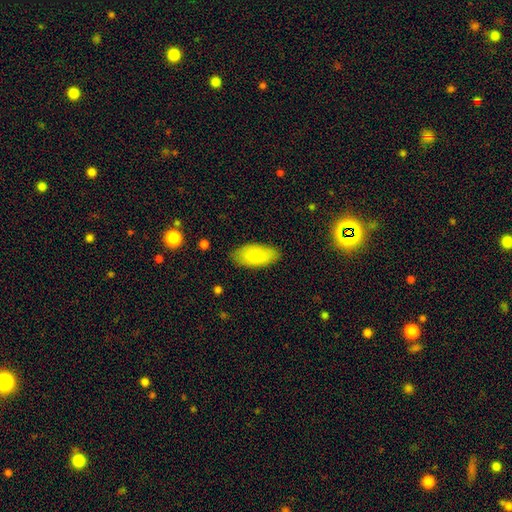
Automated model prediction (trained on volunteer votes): smooth 85%, featured or disk 9%, star or artifact 6%. Down the decision tree: how rounded — in between (92%); merging — none (84%).